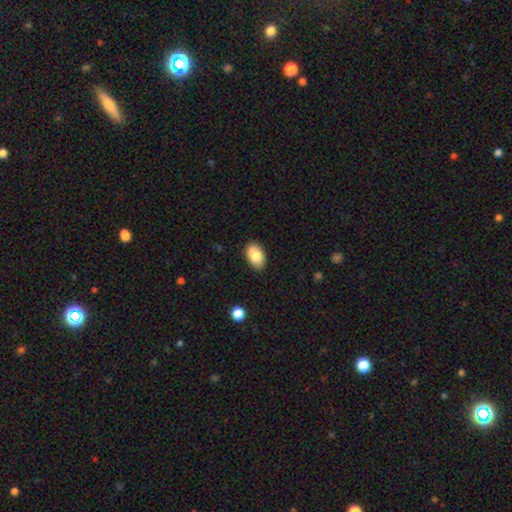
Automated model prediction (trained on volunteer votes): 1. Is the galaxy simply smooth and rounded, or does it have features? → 84% smooth, 10% featured or disk, 7% star or artifact.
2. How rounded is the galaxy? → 94% in between, 5% round, 1% cigar-shaped.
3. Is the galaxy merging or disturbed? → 88% none, 9% minor disturbance, 2% major disturbance, 1% merger.